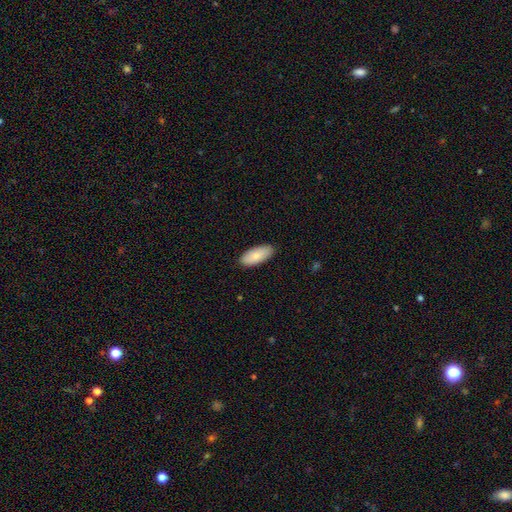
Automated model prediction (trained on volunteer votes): smooth-or-featured: smooth: 84% | featured or disk: 10% | star or artifact: 6%
  how-rounded: in between: 88% | cigar-shaped: 10% | round: 2%
  merging: none: 89% | minor disturbance: 9% | major disturbance: 2% | merger: 1%